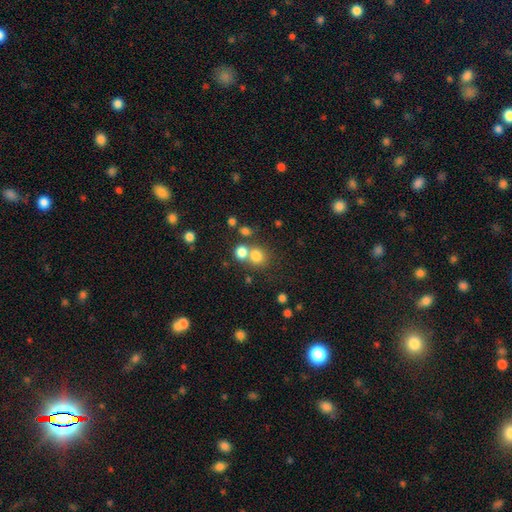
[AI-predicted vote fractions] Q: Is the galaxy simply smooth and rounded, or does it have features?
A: smooth — 77%.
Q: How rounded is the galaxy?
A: round — 82%.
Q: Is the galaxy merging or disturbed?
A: none — 52%.